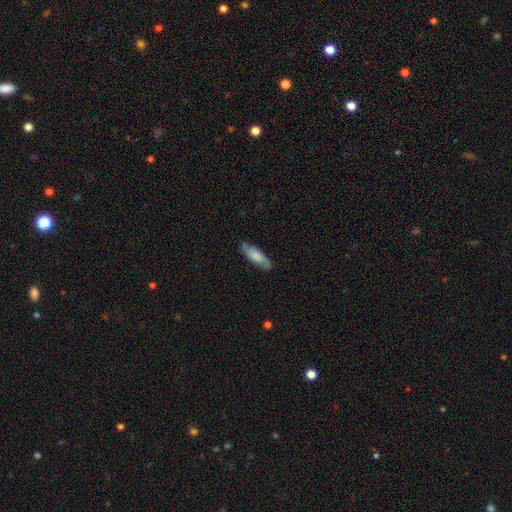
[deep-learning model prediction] This is likely a smooth galaxy (63%). How rounded: possibly in between (56%). Merging: likely none (75%).